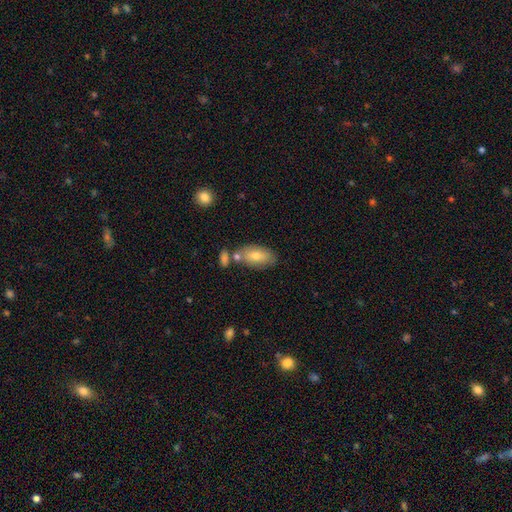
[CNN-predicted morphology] type=smooth (71%); roundness=in between (91%); merging=none (68%).